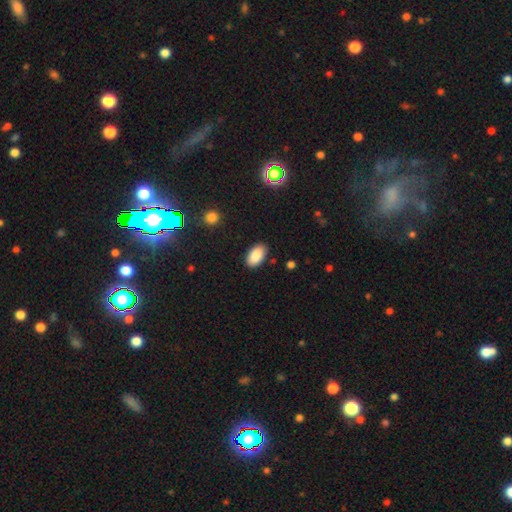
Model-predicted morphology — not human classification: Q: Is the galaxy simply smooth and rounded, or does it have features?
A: smooth — 89%.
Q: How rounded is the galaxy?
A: in between — 95%.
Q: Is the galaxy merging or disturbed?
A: none — 87%.